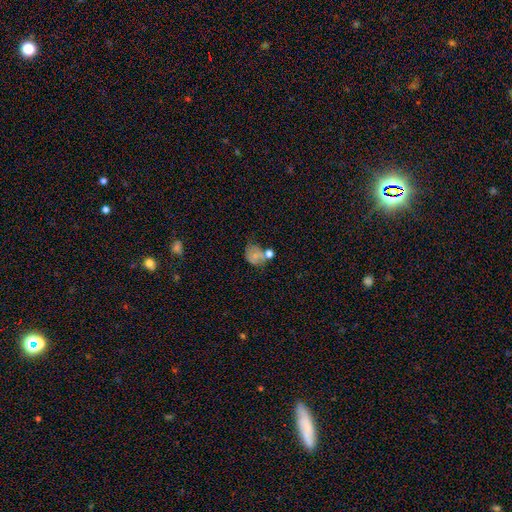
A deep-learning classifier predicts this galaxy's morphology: Q: Smooth or featured?
A: smooth (62%); runner-up: featured or disk (25%)
Q: How rounded?
A: round (57%); runner-up: in between (42%)
Q: Merging?
A: none (36%); runner-up: merger (27%)